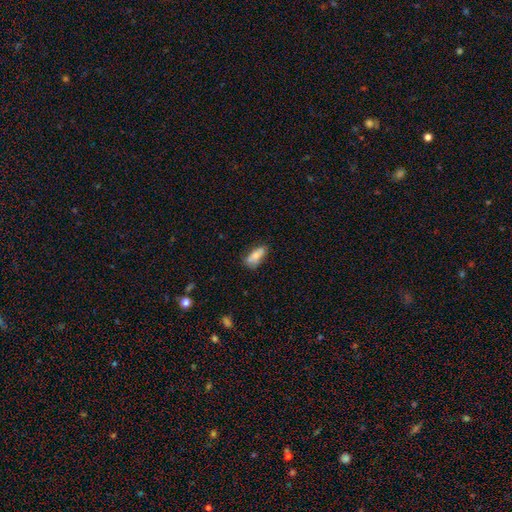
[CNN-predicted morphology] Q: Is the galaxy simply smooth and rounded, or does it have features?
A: smooth — 69%.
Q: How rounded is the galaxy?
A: in between — 76%.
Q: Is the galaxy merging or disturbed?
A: none — 61%.